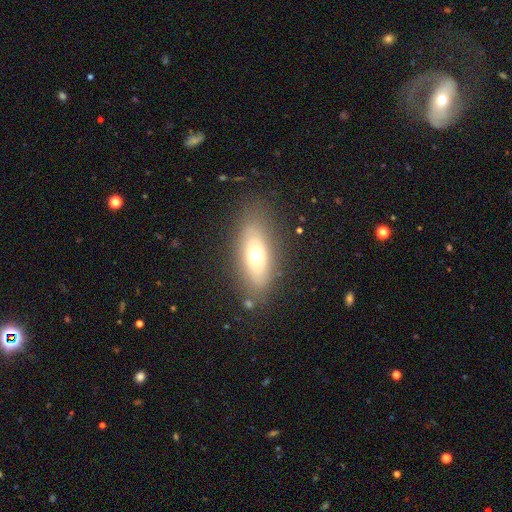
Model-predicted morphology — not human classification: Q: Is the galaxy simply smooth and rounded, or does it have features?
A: smooth — 55%.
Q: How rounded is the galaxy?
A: in between — 75%.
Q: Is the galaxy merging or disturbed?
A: none — 79%.